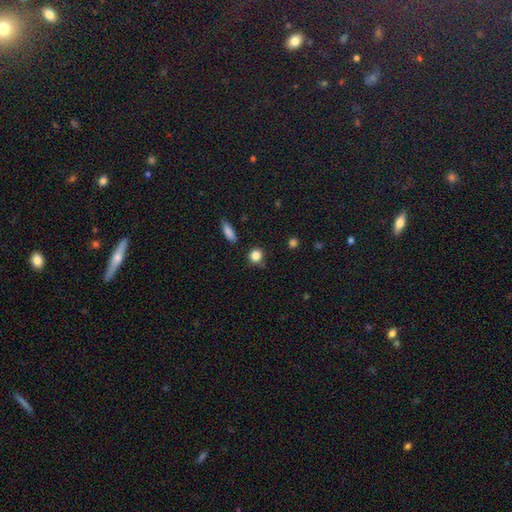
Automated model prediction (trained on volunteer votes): This is clearly a smooth galaxy (84%). How rounded: clearly round (86%). Merging: likely none (78%).